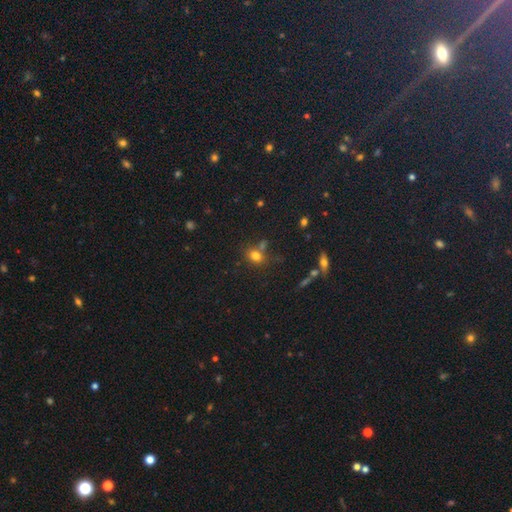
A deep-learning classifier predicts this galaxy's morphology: A smooth galaxy with no disk features (75%) that is in between round and cigar-shaped (51%). Merging: none (58%).